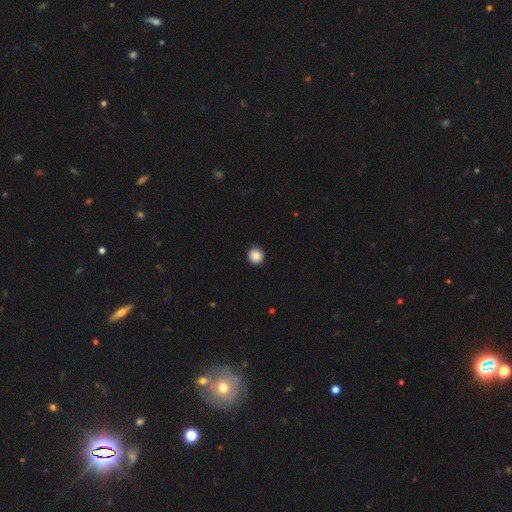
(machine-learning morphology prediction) smooth-or-featured: smooth: 88% | star or artifact: 9% | featured or disk: 3%
  how-rounded: round: 95% | in between: 4% | cigar-shaped: 1%
  merging: none: 93% | minor disturbance: 5% | major disturbance: 1% | merger: 1%